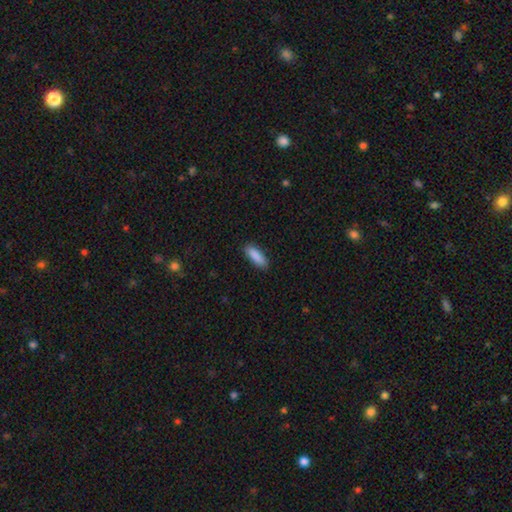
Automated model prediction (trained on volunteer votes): smooth_or_featured: smooth (p=0.89) [alt: star or artifact p=0.06]
how_rounded: in between (p=0.60) [alt: cigar-shaped p=0.39]
merging: none (p=0.88) [alt: minor disturbance p=0.09]